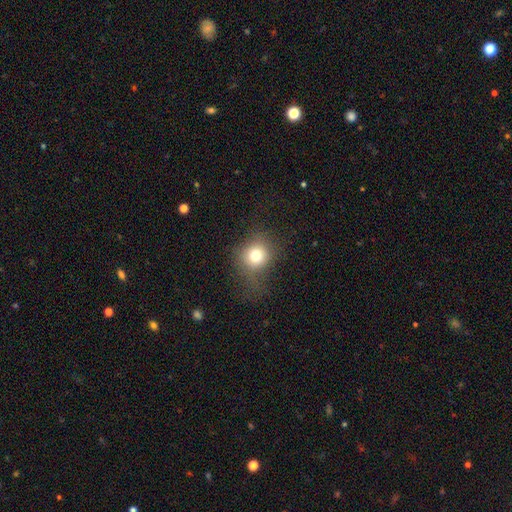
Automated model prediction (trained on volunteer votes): A smooth galaxy with no disk features (74%) that is round (82%).

Vote fractions:
- Smooth or featured? smooth: 74% / star or artifact: 14% / featured or disk: 11%
- How rounded? round: 82% / in between: 17% / cigar-shaped: 1%
- Merging? none: 63% / minor disturbance: 22% / major disturbance: 14% / merger: 2%